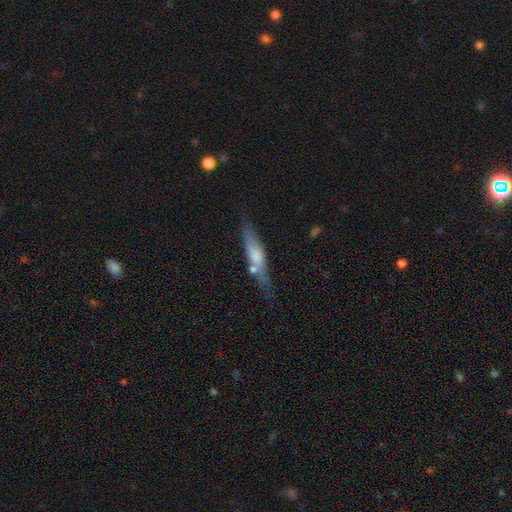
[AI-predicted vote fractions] smooth-or-featured: smooth: 53% | featured or disk: 40% | star or artifact: 7%
  how-rounded: cigar-shaped: 74% | in between: 24% | round: 3%
  merging: none: 66% | minor disturbance: 18% | merger: 10% | major disturbance: 6%